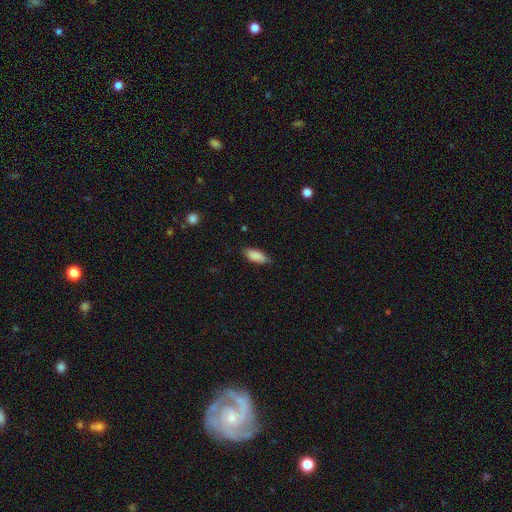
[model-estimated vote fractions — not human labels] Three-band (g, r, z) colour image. It shows a smooth galaxy with no disk features (87%) that is in between round and cigar-shaped (84%). Merging: none (75%).